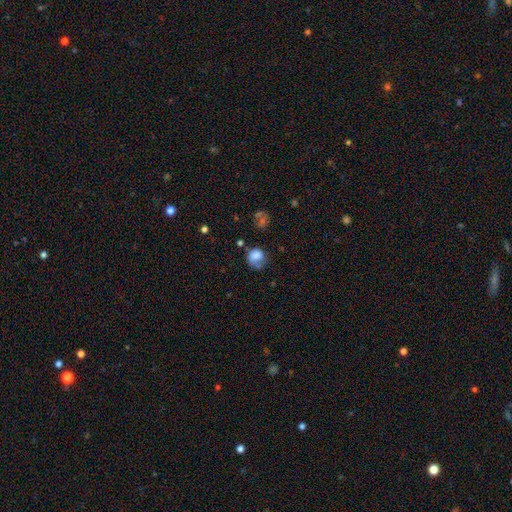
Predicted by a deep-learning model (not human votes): The model was most divided on "merging": none: 43%, minor disturbance: 29%, major disturbance: 23%, merger: 4%. More confident: smooth or featured — smooth (74%); how rounded — round (71%).